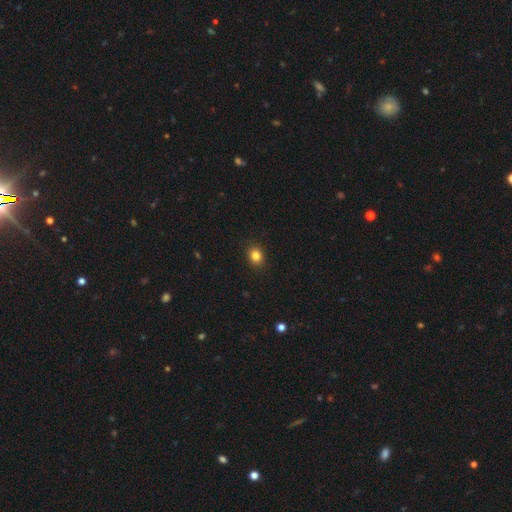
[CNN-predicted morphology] This is clearly a smooth galaxy (84%). How rounded: likely round (61%). Merging: clearly none (90%).